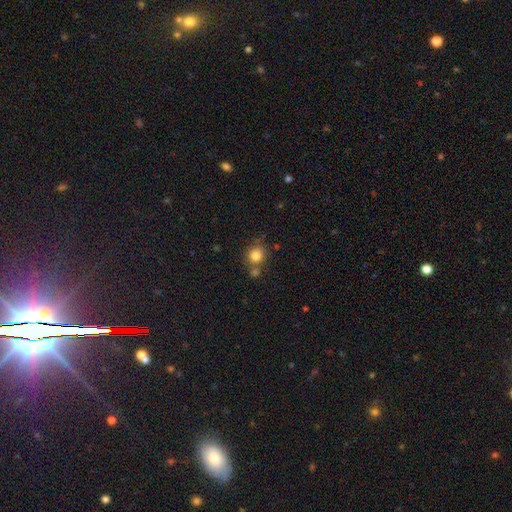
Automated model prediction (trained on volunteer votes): The model was most divided on "merging": none: 65%, merger: 20%, minor disturbance: 12%, major disturbance: 4%. More confident: how rounded — round (83%); smooth or featured — smooth (82%).